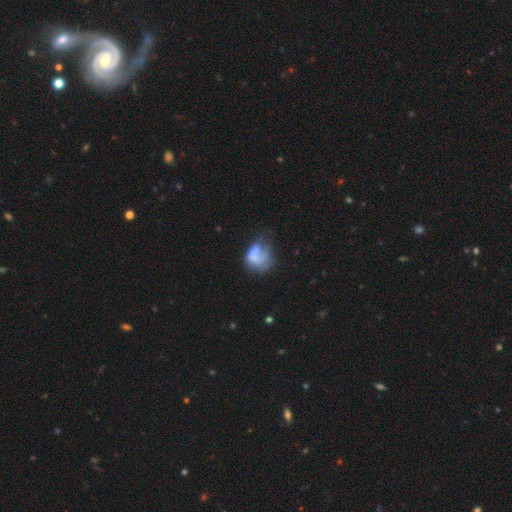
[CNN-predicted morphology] Smooth or featured?
  - smooth: 55% *
  - featured or disk: 36%
  - star or artifact: 9%
How rounded?
  - in between: 53% *
  - round: 45%
  - cigar-shaped: 1%
Merging?
  - major disturbance: 40% *
  - none: 29%
  - minor disturbance: 25%
  - merger: 7%